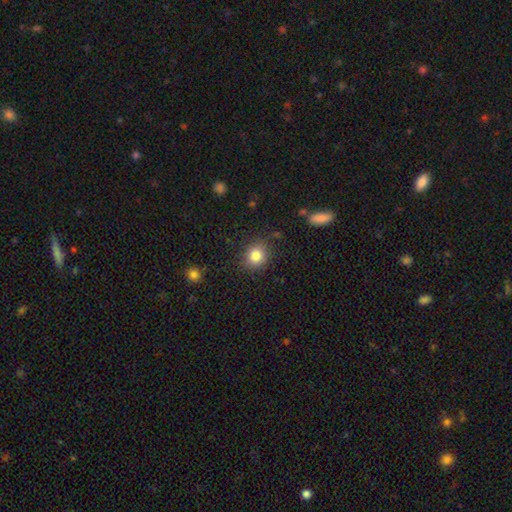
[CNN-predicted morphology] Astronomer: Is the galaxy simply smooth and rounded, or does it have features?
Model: smooth — 84%.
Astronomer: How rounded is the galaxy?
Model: round — 72%.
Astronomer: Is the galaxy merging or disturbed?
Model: none — 84%.